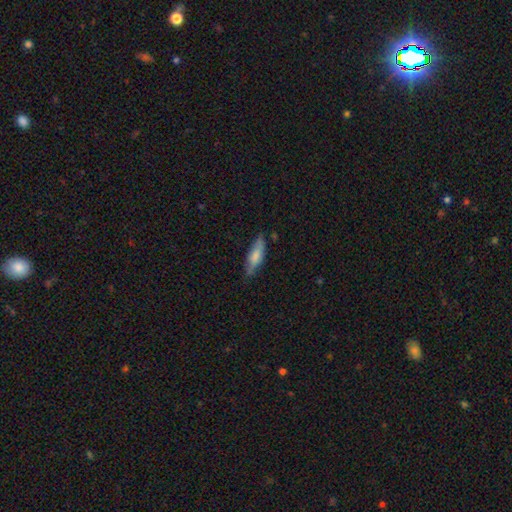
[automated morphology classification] The model was most divided on "how rounded": cigar-shaped: 52%, in between: 46%, round: 2%. More confident: merging — none (72%); smooth or featured — smooth (68%).